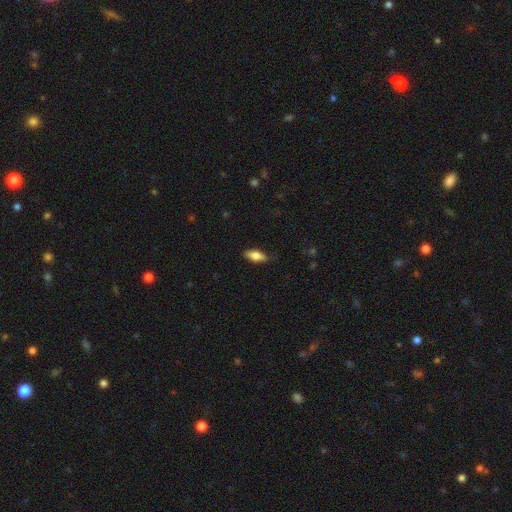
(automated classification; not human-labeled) A smooth galaxy with no disk features (72%) that is in between round and cigar-shaped (76%). Merging: none (82%).